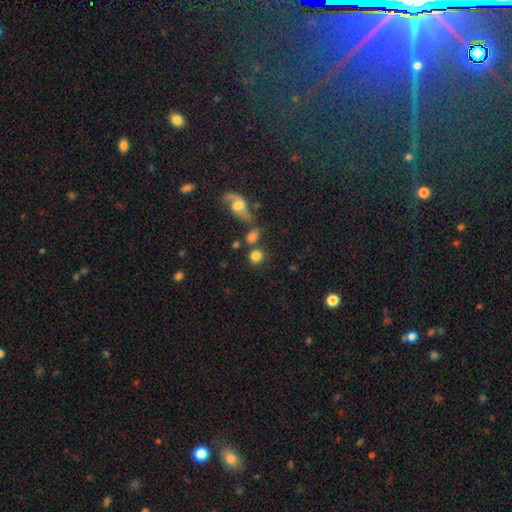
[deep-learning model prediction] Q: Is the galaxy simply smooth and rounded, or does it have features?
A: smooth — 80%.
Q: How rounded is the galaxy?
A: round — 80%.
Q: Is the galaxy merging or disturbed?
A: none — 63%.